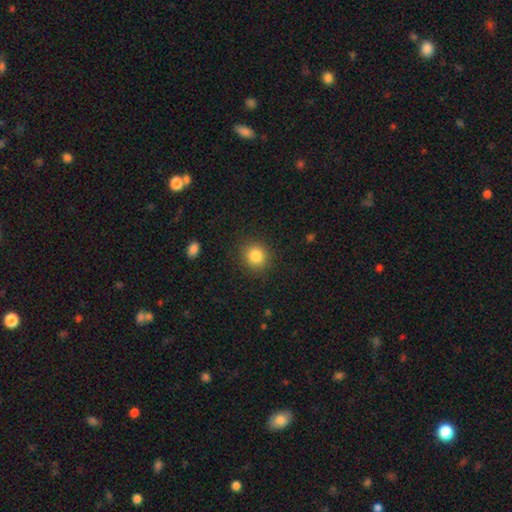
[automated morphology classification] A smooth galaxy with no disk features (84%) that is round (86%). Merging: none (89%).